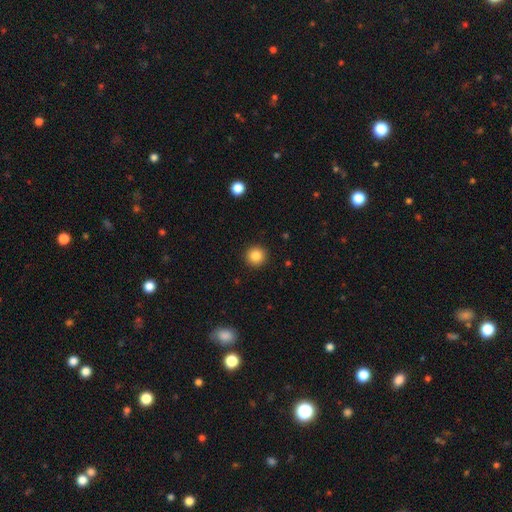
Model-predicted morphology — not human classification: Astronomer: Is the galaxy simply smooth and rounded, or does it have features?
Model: smooth — 85%.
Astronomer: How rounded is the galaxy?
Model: round — 95%.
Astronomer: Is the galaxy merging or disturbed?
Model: none — 93%.